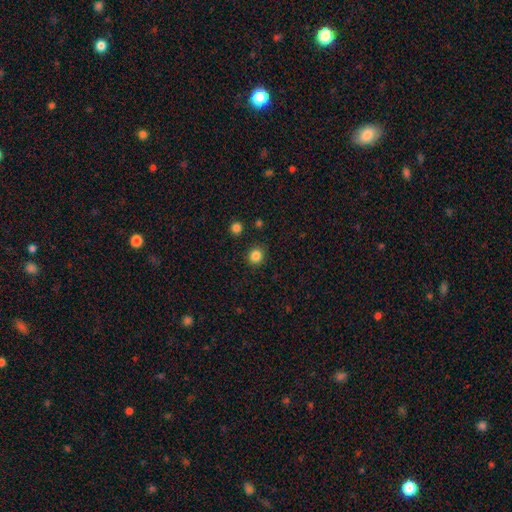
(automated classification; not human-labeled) This is clearly a smooth galaxy (85%). How rounded: clearly round (87%). Merging: clearly none (90%).